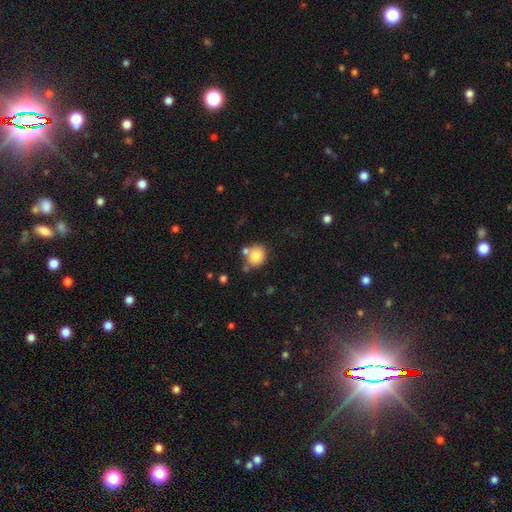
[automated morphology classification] This appears to be a smooth galaxy with no disk features (80%) that is round (74%). Merging: none (63%).